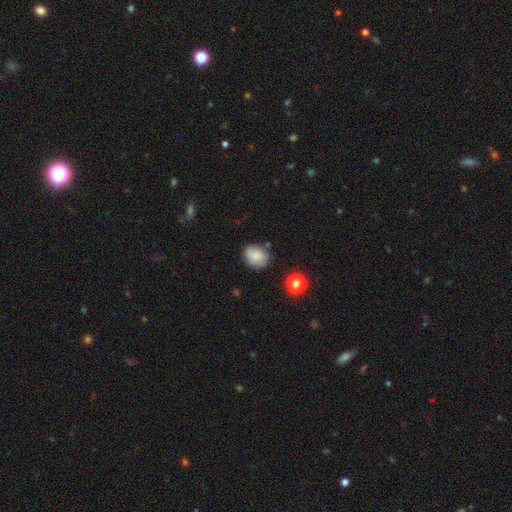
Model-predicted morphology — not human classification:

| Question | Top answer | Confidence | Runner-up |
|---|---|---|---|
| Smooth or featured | smooth | 81% | star or artifact (9%) |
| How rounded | round | 56% | in between (43%) |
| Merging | none | 73% | minor disturbance (18%) |